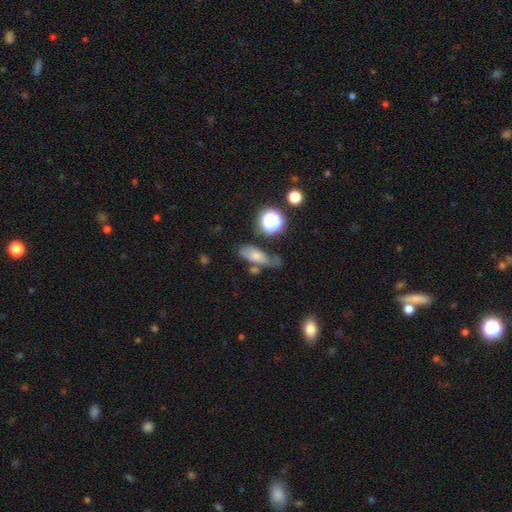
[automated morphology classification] This is likely a smooth galaxy (64%). How rounded: likely in between (68%). Merging: possibly none (47%).